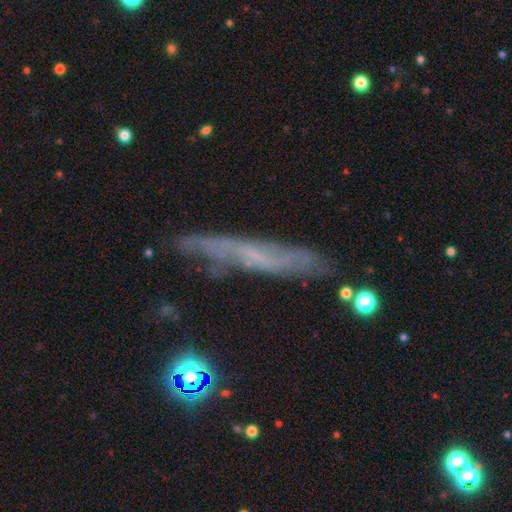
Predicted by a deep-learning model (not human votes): A featured or disk galaxy (59%) viewed edge-on (62%).

Vote fractions:
- Smooth or featured? featured or disk: 59% / smooth: 31% / star or artifact: 10%
- Edge-on disk? yes: 62% / no: 38%
- Merging? none: 68% / minor disturbance: 21% / major disturbance: 7% / merger: 3%